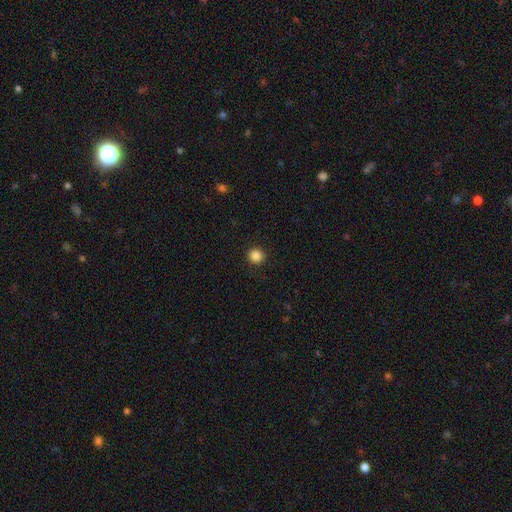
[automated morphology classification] A smooth galaxy with no disk features (86%) that is round (94%).

Vote fractions:
- Smooth or featured? smooth: 86% / star or artifact: 10% / featured or disk: 3%
- How rounded? round: 94% / in between: 5% / cigar-shaped: 1%
- Merging? none: 93% / minor disturbance: 4% / major disturbance: 2% / merger: 1%